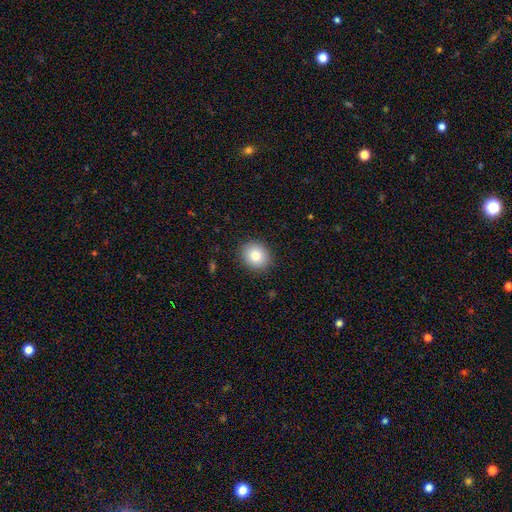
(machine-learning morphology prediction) Overall: smooth (80%). How rounded: round (76%). Merging: none (89%).